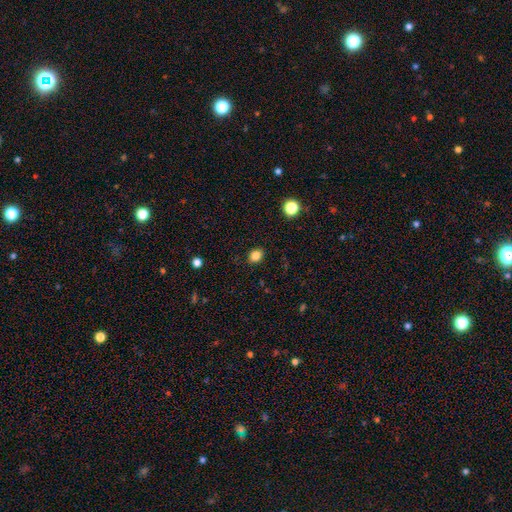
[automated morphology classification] This appears to be a smooth galaxy with no disk features (83%) that is round (54%). Merging: none (88%).